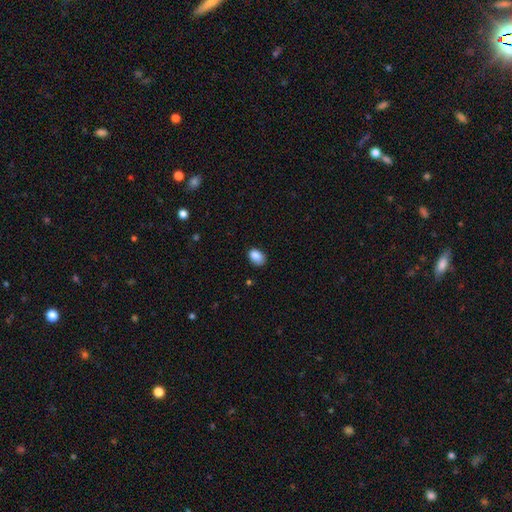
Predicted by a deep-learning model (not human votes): This is clearly a smooth galaxy (87%). How rounded: clearly in between (83%). Merging: likely none (76%).